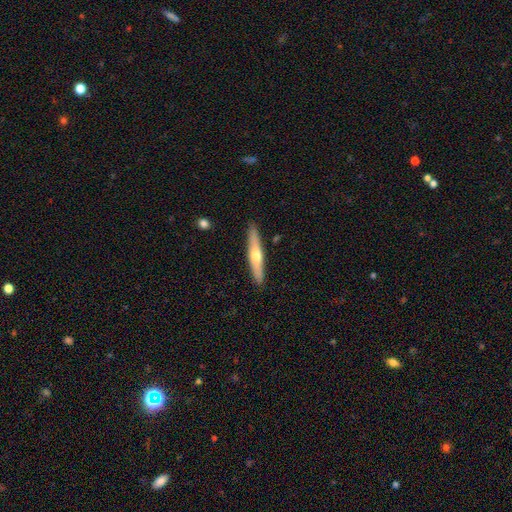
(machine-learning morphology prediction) Smooth or featured?
  - featured or disk: 53% *
  - smooth: 41%
  - star or artifact: 5%
Edge-on disk?
  - yes: 92% *
  - no: 8%
Merging?
  - none: 90% *
  - minor disturbance: 7%
  - major disturbance: 1%
  - merger: 1%